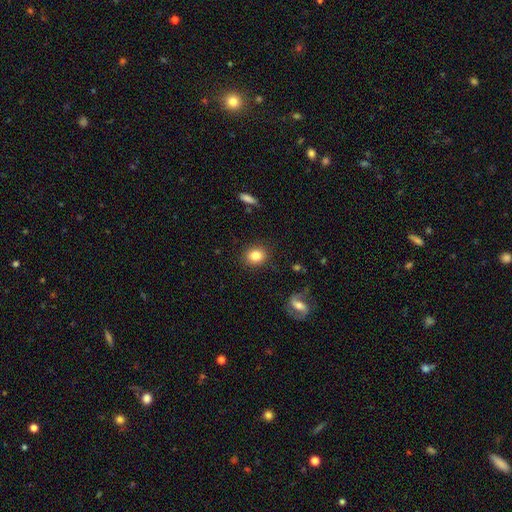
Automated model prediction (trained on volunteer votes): The model was most divided on "how rounded": round: 68%, in between: 31%, cigar-shaped: 1%. More confident: merging — none (87%); smooth or featured — smooth (82%).